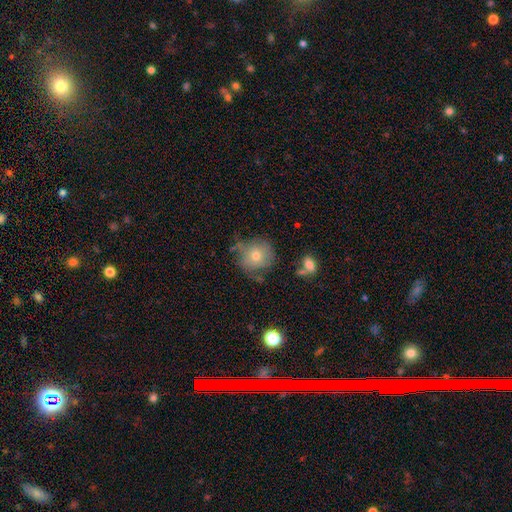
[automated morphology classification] Q: Smooth or featured?
A: smooth (67%); runner-up: featured or disk (23%)
Q: How rounded?
A: round (89%); runner-up: in between (11%)
Q: Merging?
A: none (62%); runner-up: minor disturbance (24%)